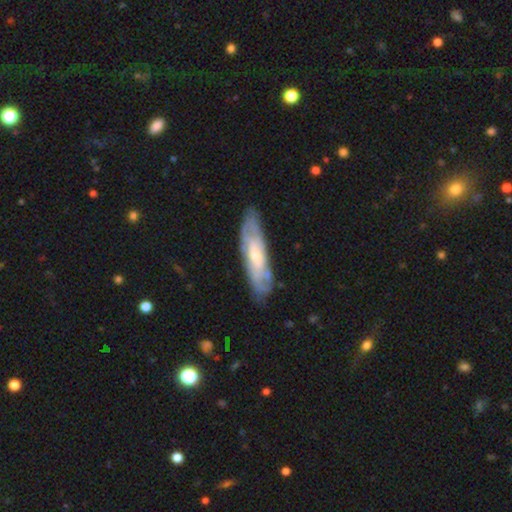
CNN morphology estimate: This appears to be a featured or disk galaxy (69%). Merging: none (80%).